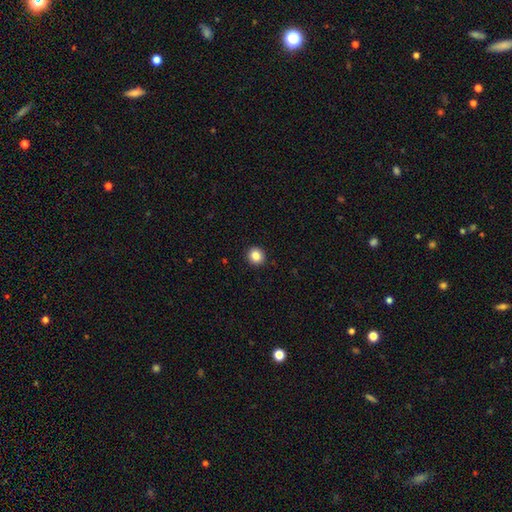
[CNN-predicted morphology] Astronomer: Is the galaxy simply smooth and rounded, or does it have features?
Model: smooth — 86%.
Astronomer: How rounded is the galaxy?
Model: round — 89%.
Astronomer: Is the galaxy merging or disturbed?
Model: none — 93%.